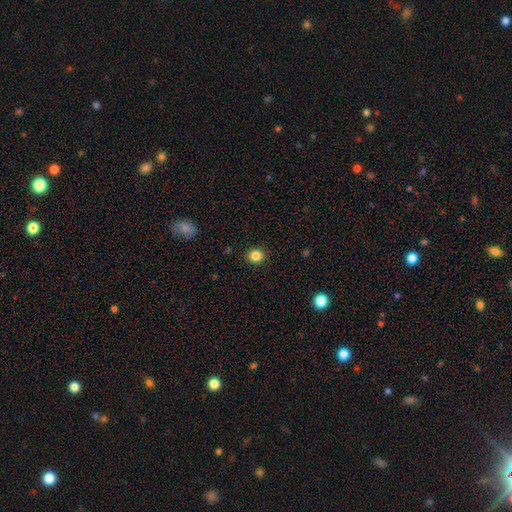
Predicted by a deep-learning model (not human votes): smooth 84%, star or artifact 11%, featured or disk 5%. Down the decision tree: how rounded — round (82%); merging — none (91%).